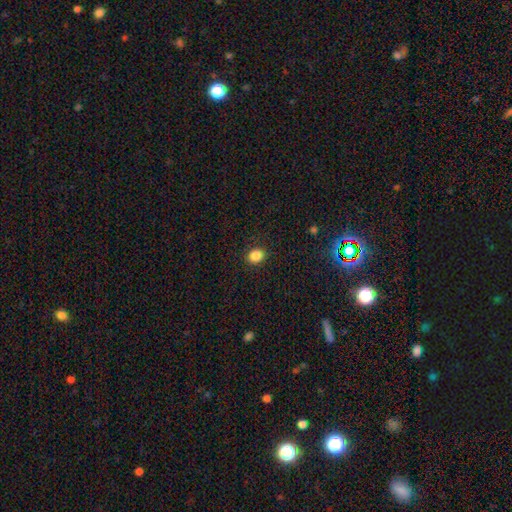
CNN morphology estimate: A smooth galaxy with no disk features (86%) that is round (57%).

Vote fractions:
- Smooth or featured? smooth: 86% / star or artifact: 10% / featured or disk: 4%
- How rounded? round: 57% / in between: 42% / cigar-shaped: 1%
- Merging? none: 89% / minor disturbance: 7% / major disturbance: 2% / merger: 1%